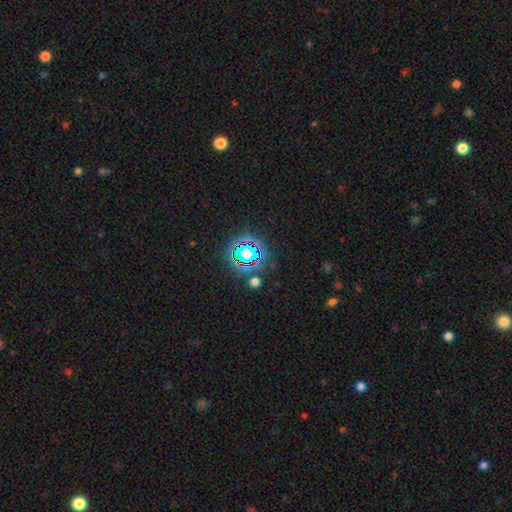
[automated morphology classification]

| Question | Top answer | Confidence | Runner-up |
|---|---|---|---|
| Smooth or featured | star or artifact | 75% | smooth (15%) |